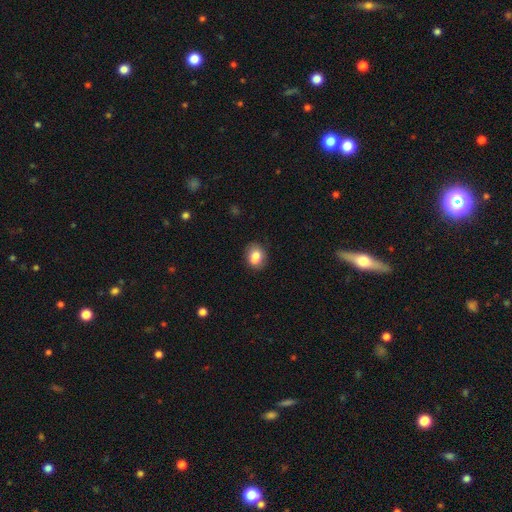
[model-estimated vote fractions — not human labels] Smooth or featured?
  - smooth: 76% *
  - featured or disk: 15%
  - star or artifact: 9%
How rounded?
  - in between: 56% *
  - round: 42%
  - cigar-shaped: 1%
Merging?
  - none: 57% *
  - merger: 21%
  - minor disturbance: 17%
  - major disturbance: 5%